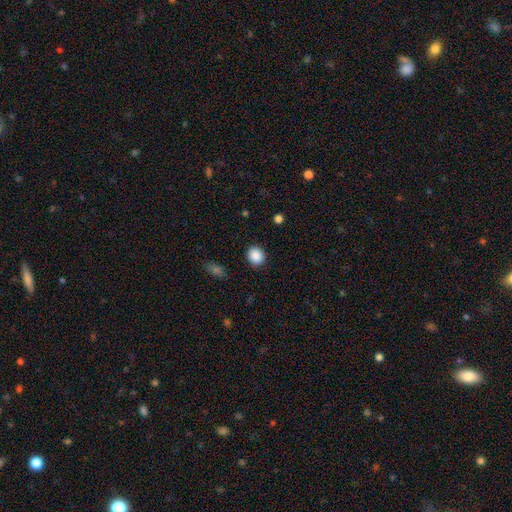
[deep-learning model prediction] A smooth galaxy with no disk features (89%) that is round (73%). Merging: none (88%).